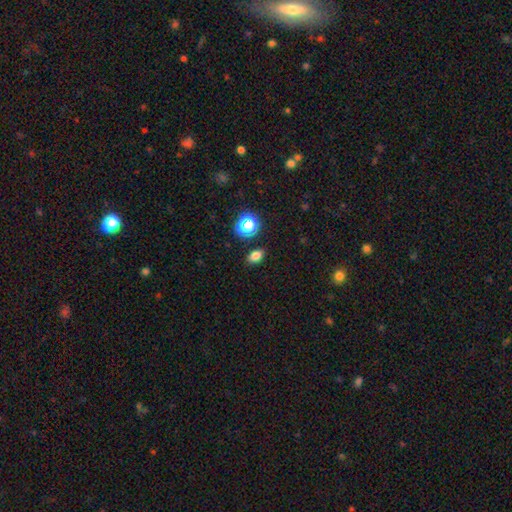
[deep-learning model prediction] A smooth galaxy with no disk features (78%) that is in between round and cigar-shaped (79%).

Vote fractions:
- Smooth or featured? smooth: 78% / star or artifact: 16% / featured or disk: 6%
- How rounded? in between: 79% / round: 19% / cigar-shaped: 2%
- Merging? none: 86% / minor disturbance: 9% / merger: 3% / major disturbance: 2%